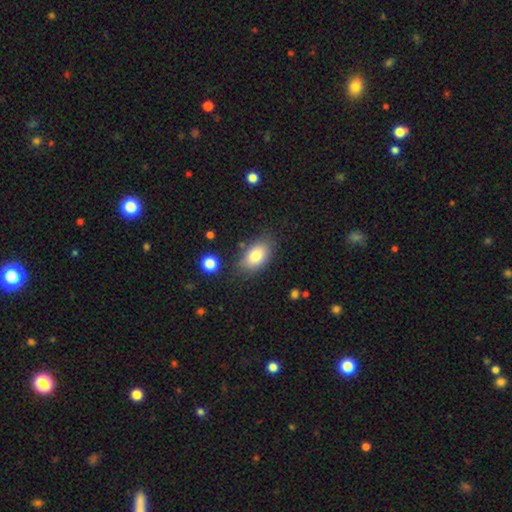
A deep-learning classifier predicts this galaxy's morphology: Smooth or featured?
  - smooth: 81% *
  - featured or disk: 11%
  - star or artifact: 8%
How rounded?
  - in between: 89% *
  - round: 9%
  - cigar-shaped: 2%
Merging?
  - none: 77% *
  - minor disturbance: 15%
  - major disturbance: 4%
  - merger: 4%